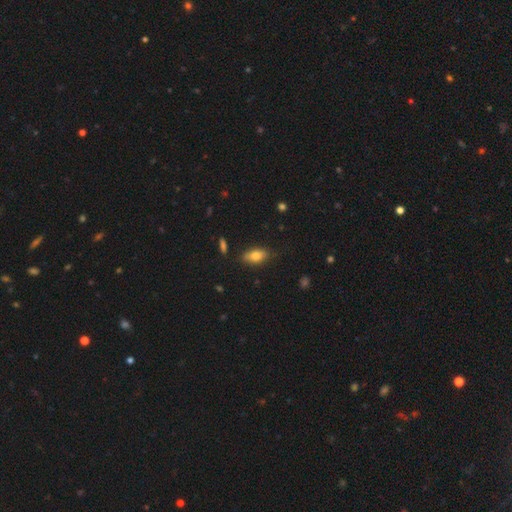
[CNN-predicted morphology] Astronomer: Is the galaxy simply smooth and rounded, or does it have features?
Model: smooth — 75%.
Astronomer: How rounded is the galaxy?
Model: in between — 85%.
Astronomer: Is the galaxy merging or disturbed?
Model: none — 78%.